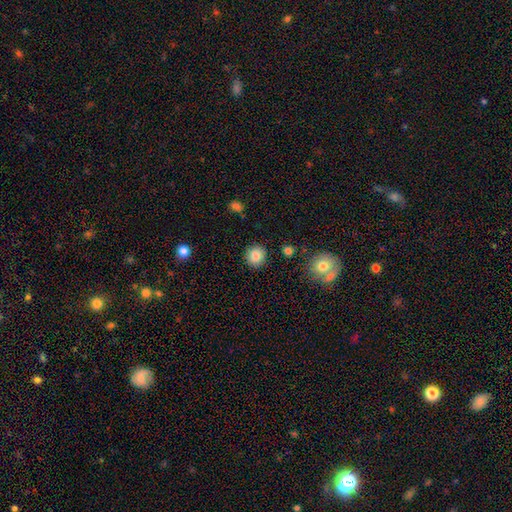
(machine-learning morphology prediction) Q: Smooth or featured?
A: smooth (86%); runner-up: star or artifact (9%)
Q: How rounded?
A: round (90%); runner-up: in between (9%)
Q: Merging?
A: none (88%); runner-up: minor disturbance (7%)